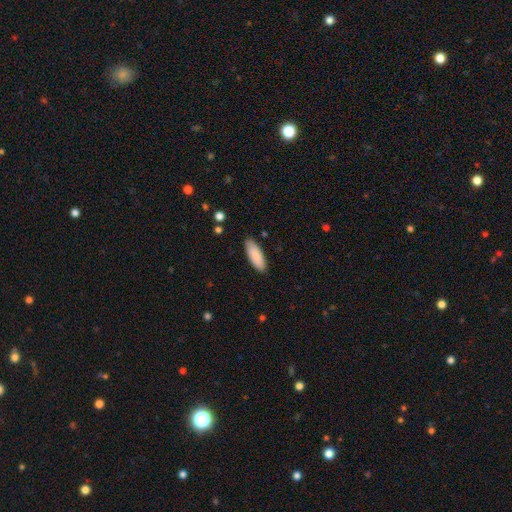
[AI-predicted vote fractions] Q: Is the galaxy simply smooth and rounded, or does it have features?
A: smooth — 89%.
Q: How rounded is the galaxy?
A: in between — 69%.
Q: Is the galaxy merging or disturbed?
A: none — 87%.